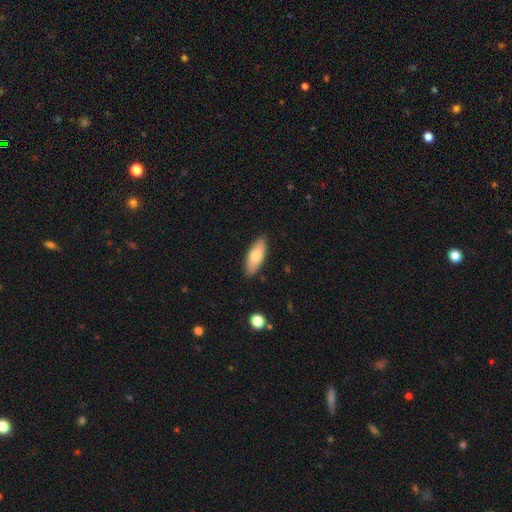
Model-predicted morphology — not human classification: smooth_or_featured: smooth (p=0.78) [alt: featured or disk p=0.16]
how_rounded: in between (p=0.75) [alt: cigar-shaped p=0.23]
merging: none (p=0.87) [alt: minor disturbance p=0.10]